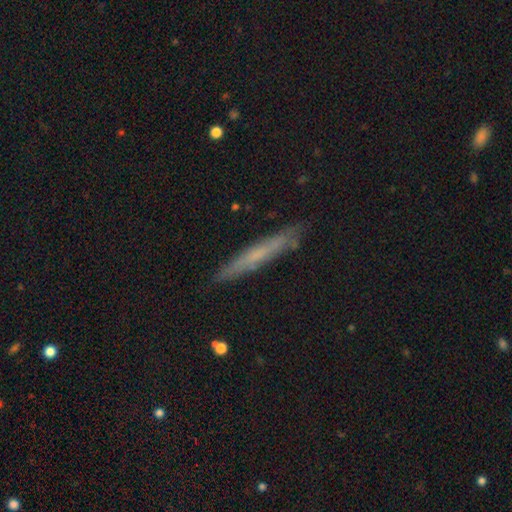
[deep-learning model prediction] Smooth or featured: smooth — 50% (featured or disk — 43%)
Merging: none — 85% (minor disturbance — 12%)